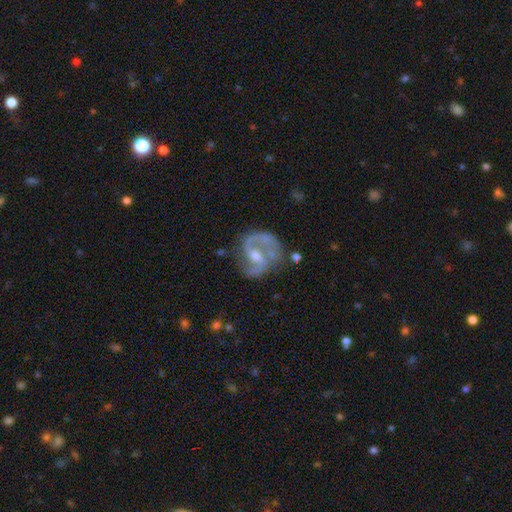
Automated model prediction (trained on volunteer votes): Smooth or featured? Predicted: featured or disk (p=0.88). Edge-on disk? Predicted: no (p=0.98). Bar? Predicted: weak (p=0.51). Spiral arms? Predicted: yes (p=0.96). Spiral winding? Predicted: medium (p=0.56). Spiral arm count? Predicted: 2 (p=0.86). Bulge size? Predicted: moderate (p=0.53). Merging? Predicted: none (p=0.63).